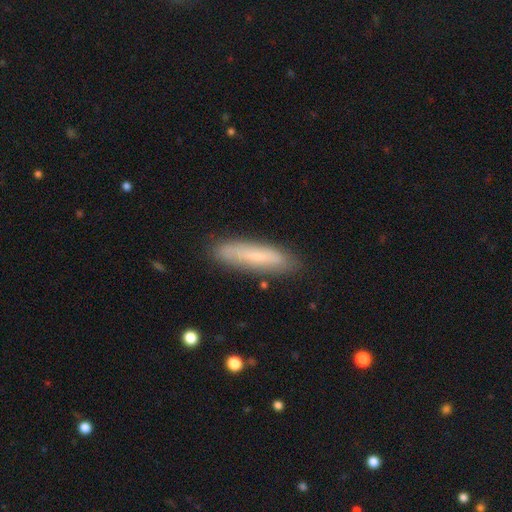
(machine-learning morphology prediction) Smooth or featured?
  - smooth: 69% *
  - featured or disk: 24%
  - star or artifact: 7%
How rounded?
  - cigar-shaped: 78% *
  - in between: 20%
  - round: 1%
Merging?
  - none: 83% *
  - minor disturbance: 12%
  - major disturbance: 3%
  - merger: 2%